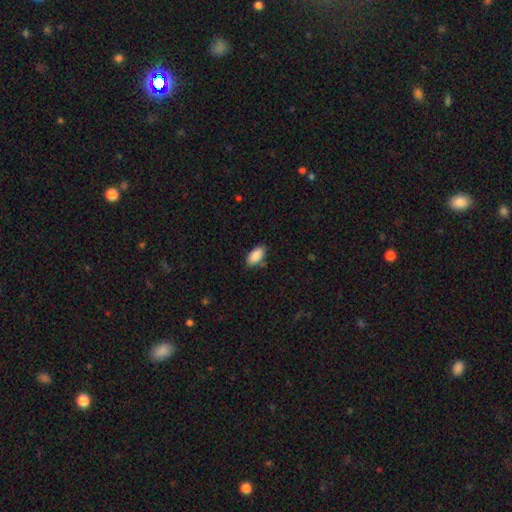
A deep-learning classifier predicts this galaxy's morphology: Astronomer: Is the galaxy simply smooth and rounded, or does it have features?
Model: smooth — 89%.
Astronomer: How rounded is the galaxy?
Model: in between — 93%.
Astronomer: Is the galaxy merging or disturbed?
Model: none — 82%.